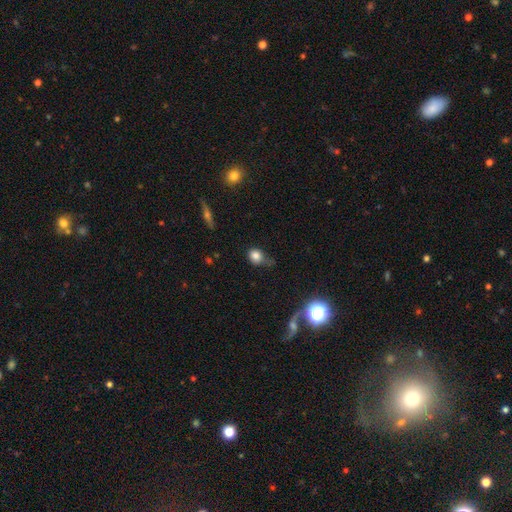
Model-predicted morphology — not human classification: Smooth or featured: smooth — 79% (star or artifact — 11%)
How rounded: round — 68% (in between — 31%)
Merging: none — 42% (minor disturbance — 35%)